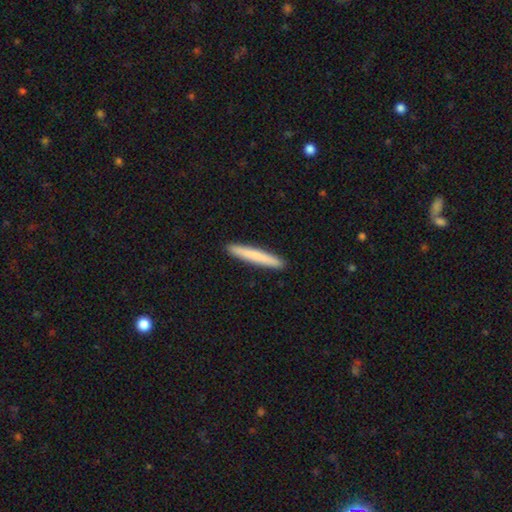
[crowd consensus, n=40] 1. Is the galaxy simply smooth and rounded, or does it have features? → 72% smooth, 22% featured or disk, 5% star or artifact.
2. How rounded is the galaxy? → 97% cigar-shaped, 3% round, 0% in between.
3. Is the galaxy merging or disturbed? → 95% none, 3% major disturbance, 3% merger, 0% minor disturbance.